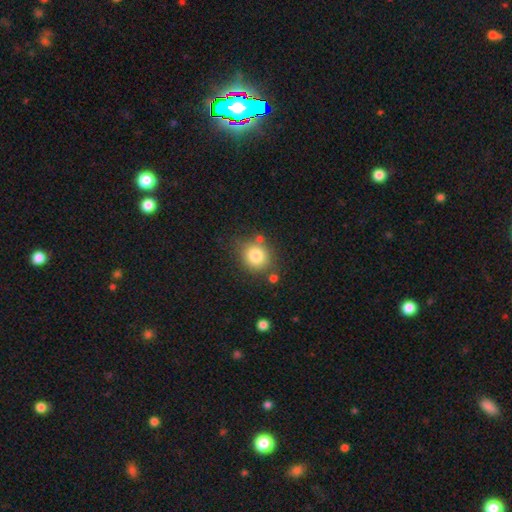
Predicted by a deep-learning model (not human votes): smooth-or-featured: smooth: 81% | star or artifact: 11% | featured or disk: 8%
  how-rounded: round: 84% | in between: 15% | cigar-shaped: 1%
  merging: none: 74% | minor disturbance: 13% | merger: 8% | major disturbance: 4%